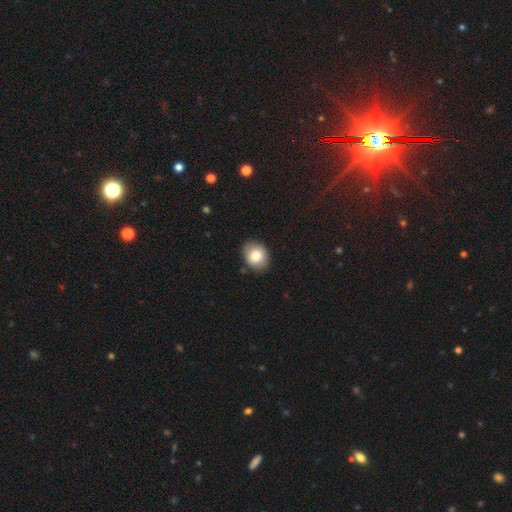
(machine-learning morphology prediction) type=smooth (81%); roundness=in between (51%); merging=none (80%).